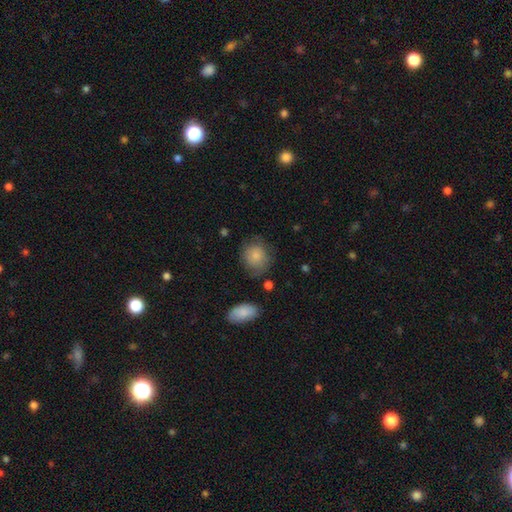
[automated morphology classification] A smooth galaxy with no disk features (80%) that is round (74%).

Vote fractions:
- Smooth or featured? smooth: 80% / featured or disk: 12% / star or artifact: 7%
- How rounded? round: 74% / in between: 25% / cigar-shaped: 1%
- Merging? none: 67% / minor disturbance: 22% / major disturbance: 8% / merger: 3%